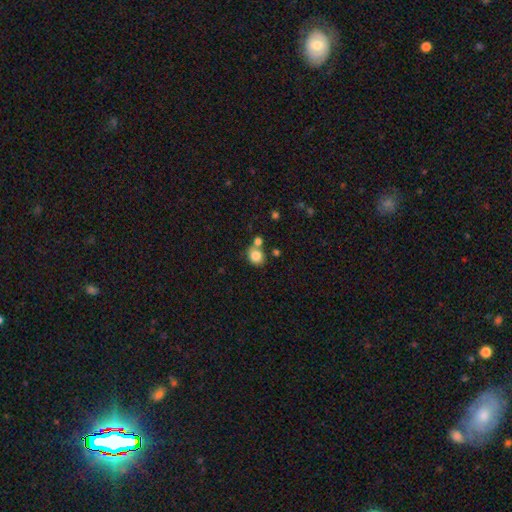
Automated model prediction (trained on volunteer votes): Smooth or featured? Predicted: smooth (p=0.81). How rounded? Predicted: round (p=0.74). Merging? Predicted: none (p=0.56).